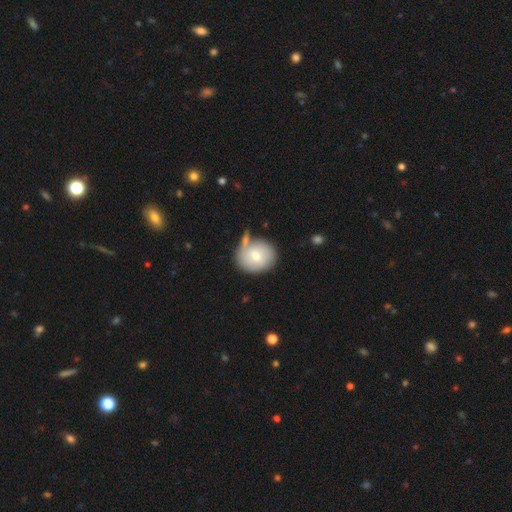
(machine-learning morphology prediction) A smooth galaxy with no disk features (68%) that is round (74%).

Vote fractions:
- Smooth or featured? smooth: 68% / featured or disk: 24% / star or artifact: 7%
- How rounded? round: 74% / in between: 25% / cigar-shaped: 1%
- Merging? none: 59% / minor disturbance: 18% / merger: 16% / major disturbance: 7%